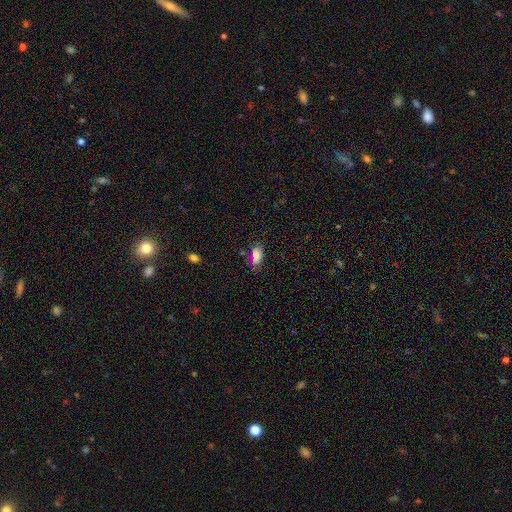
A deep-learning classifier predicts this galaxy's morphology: smooth_or_featured: smooth (p=0.80) [alt: star or artifact p=0.11]
how_rounded: in between (p=0.87) [alt: cigar-shaped p=0.08]
merging: none (p=0.72) [alt: minor disturbance p=0.19]